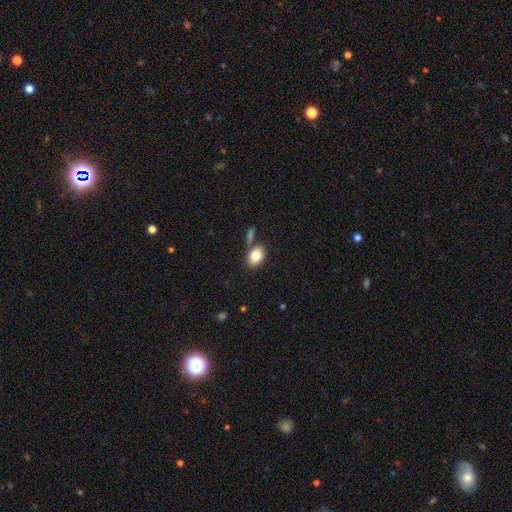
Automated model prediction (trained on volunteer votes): Smooth or featured?
  - smooth: 82% *
  - featured or disk: 10%
  - star or artifact: 8%
How rounded?
  - in between: 77% *
  - round: 21%
  - cigar-shaped: 1%
Merging?
  - none: 67% *
  - merger: 15%
  - minor disturbance: 14%
  - major disturbance: 4%